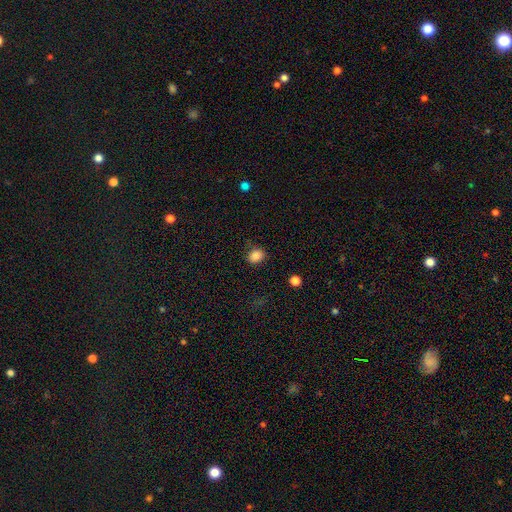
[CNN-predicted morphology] smooth 85%, star or artifact 10%, featured or disk 4%. Down the decision tree: how rounded — in between (50%); merging — none (80%).